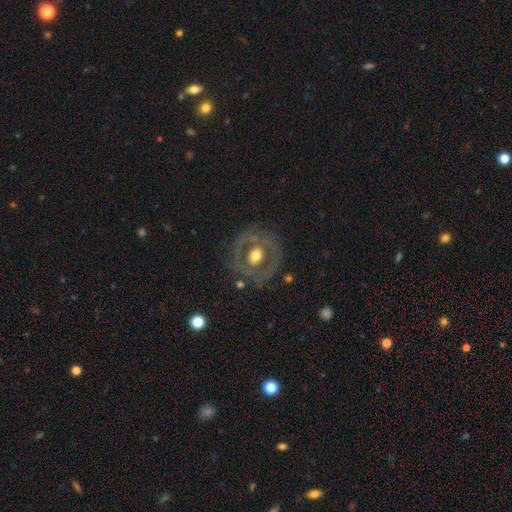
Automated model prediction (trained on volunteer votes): featured or disk 61%, smooth 33%, star or artifact 7%. Down the decision tree: edge-on disk — no (95%); bar — no (76%); spiral arms — no (79%); bulge size — moderate (65%); merging — none (75%).